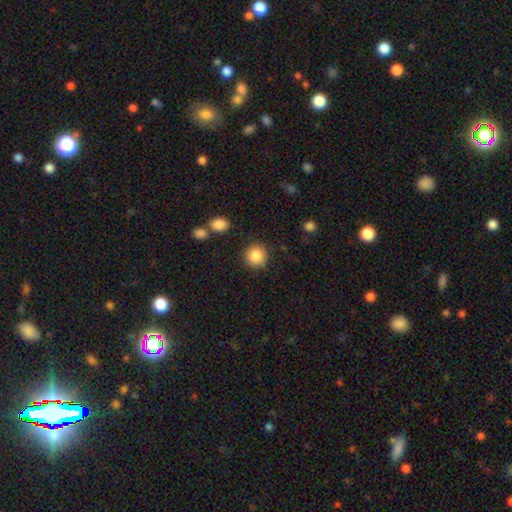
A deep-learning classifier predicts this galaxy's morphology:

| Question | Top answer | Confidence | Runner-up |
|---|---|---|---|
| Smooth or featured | smooth | 87% | star or artifact (8%) |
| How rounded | round | 92% | in between (7%) |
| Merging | none | 89% | minor disturbance (7%) |